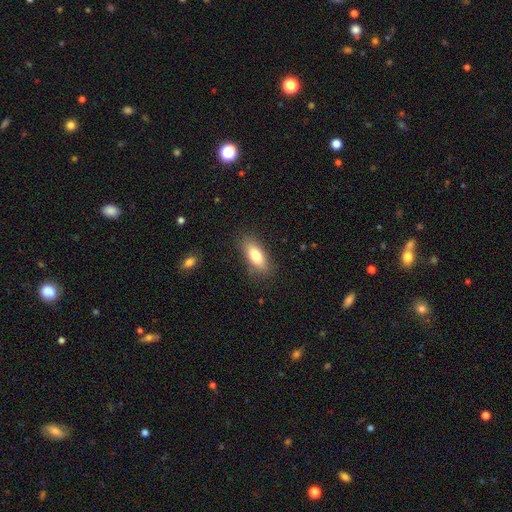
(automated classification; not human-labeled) This appears to be a smooth galaxy with no disk features (78%) that is in between round and cigar-shaped (74%). Merging: none (84%).